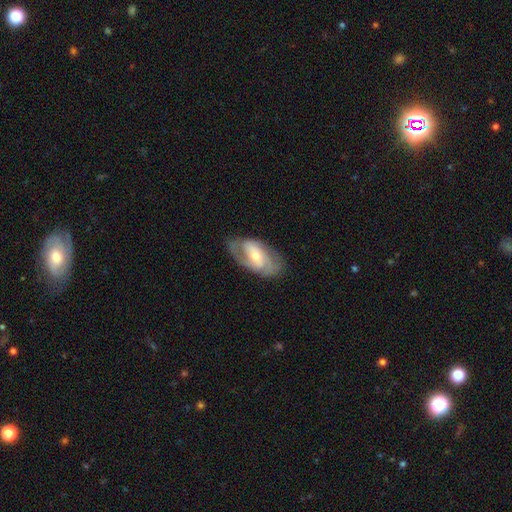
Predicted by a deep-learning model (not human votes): The model was most divided on "spiral winding": medium: 43%, tight: 41%, loose: 16%. Remaining: edge-on disk — no (94%); spiral arms — yes (88%); smooth or featured — featured or disk (76%); merging — none (70%); spiral arm count — 2 (56%); bulge size — moderate (50%); bar — no (43%).